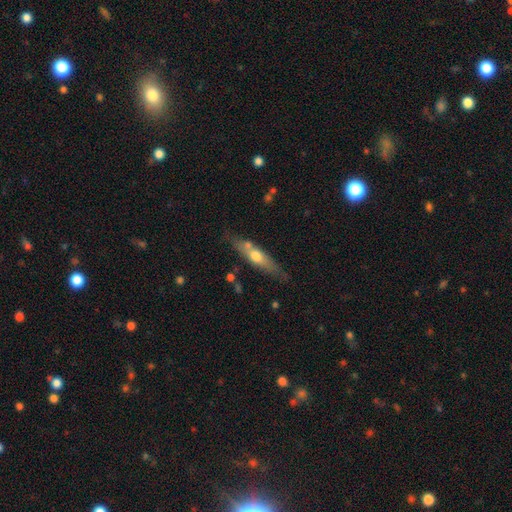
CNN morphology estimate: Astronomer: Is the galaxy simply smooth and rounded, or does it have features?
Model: featured or disk — 53% (runner-up: smooth, 41%).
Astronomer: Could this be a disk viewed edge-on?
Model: yes — 79%.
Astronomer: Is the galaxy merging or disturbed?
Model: none — 73%.